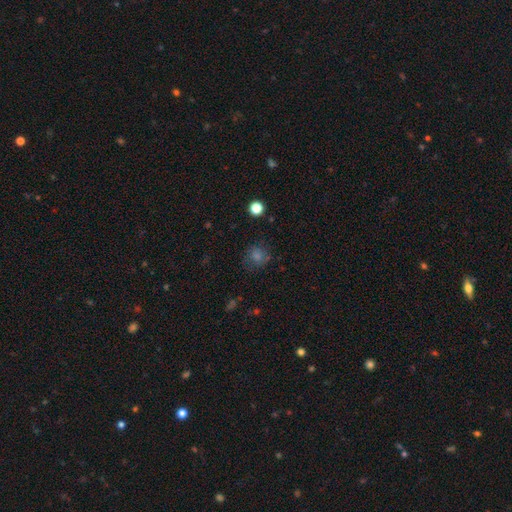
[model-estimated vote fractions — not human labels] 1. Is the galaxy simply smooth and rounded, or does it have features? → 61% smooth, 26% star or artifact, 13% featured or disk.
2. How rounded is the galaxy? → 84% round, 15% in between, 1% cigar-shaped.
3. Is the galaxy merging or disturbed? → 77% none, 14% minor disturbance, 7% major disturbance, 2% merger.